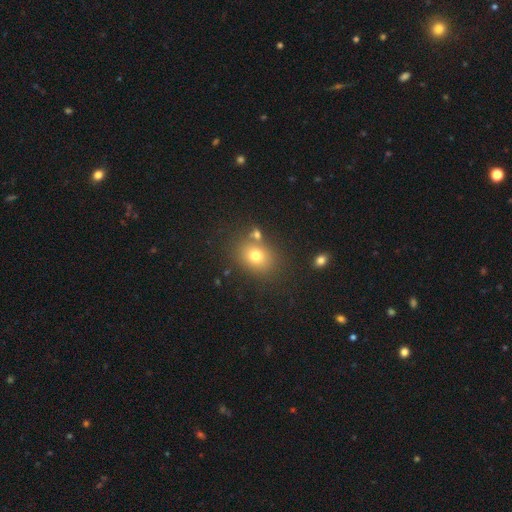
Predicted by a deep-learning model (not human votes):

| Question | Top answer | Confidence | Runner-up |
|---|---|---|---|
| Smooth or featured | smooth | 74% | star or artifact (14%) |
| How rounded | round | 54% | in between (45%) |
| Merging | none | 72% | merger (12%) |